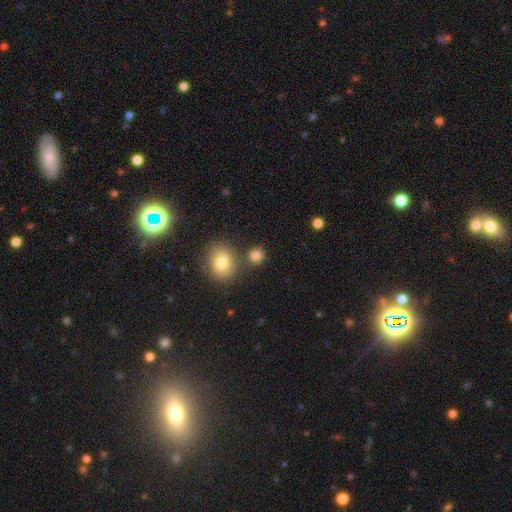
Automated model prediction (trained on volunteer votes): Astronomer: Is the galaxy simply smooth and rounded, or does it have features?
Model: smooth — 82%.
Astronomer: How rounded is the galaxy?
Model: round — 85%.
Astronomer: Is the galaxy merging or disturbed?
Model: none — 74%.